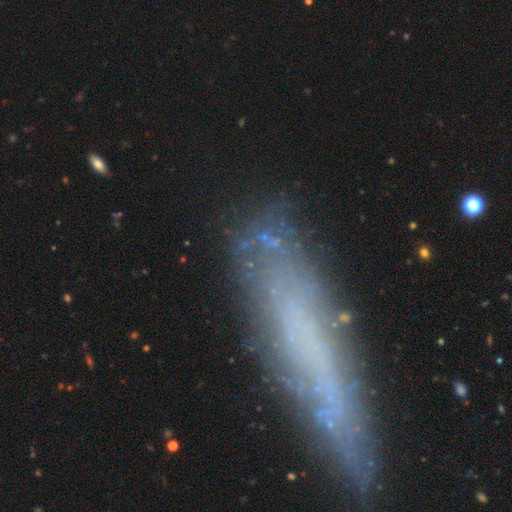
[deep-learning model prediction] Smooth or featured? Predicted: featured or disk (p=0.51). Edge-on disk? Predicted: yes (p=0.51). Merging? Predicted: none (p=0.75).